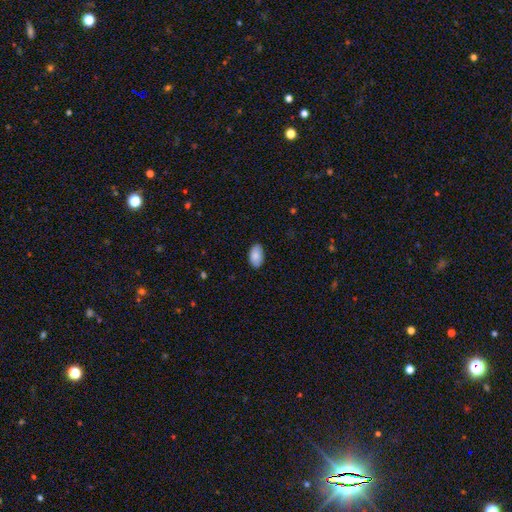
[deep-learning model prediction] Smooth or featured? Predicted: smooth (p=0.86). How rounded? Predicted: in between (p=0.94). Merging? Predicted: none (p=0.84).